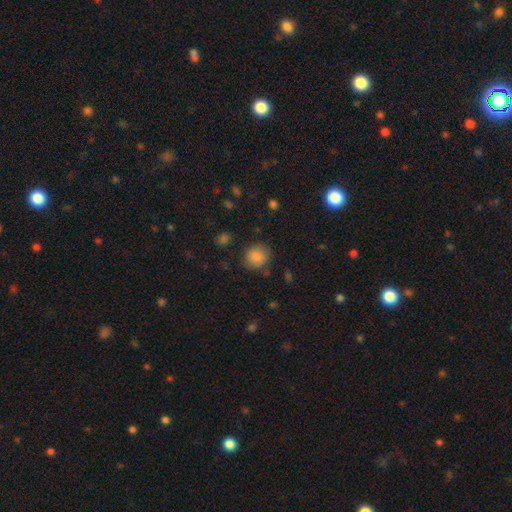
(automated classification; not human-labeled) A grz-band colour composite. It shows a smooth galaxy with no disk features (85%) that is round (78%). Merging: none (82%).